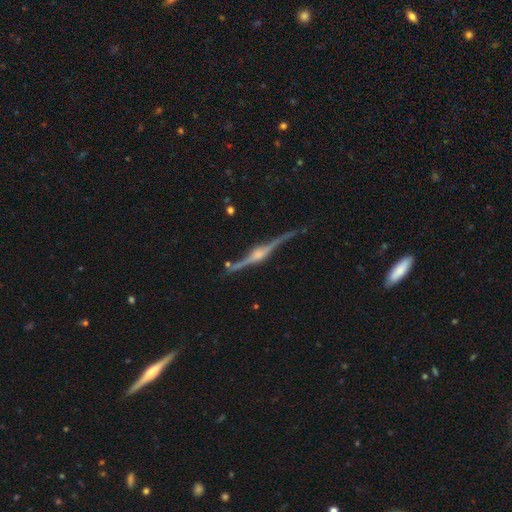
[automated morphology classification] This is clearly a featured or disk galaxy (88%). It is clearly viewed edge-on (94%). Edge-on bulge: clearly rounded (87%). Merging: likely none (72%).